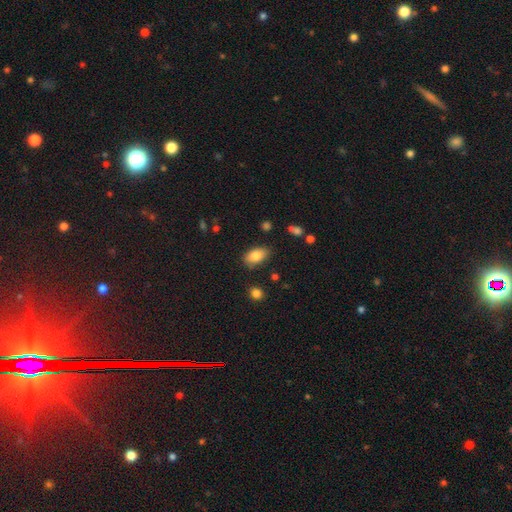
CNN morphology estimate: type=smooth (82%); roundness=in between (91%); merging=none (80%).